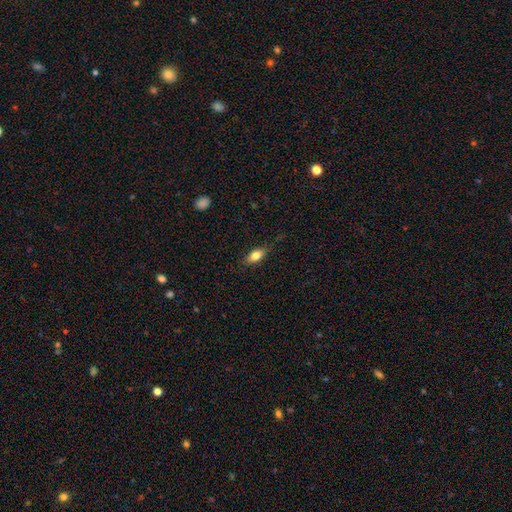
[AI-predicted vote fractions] smooth_or_featured: smooth (p=0.79) [alt: featured or disk p=0.14]
how_rounded: in between (p=0.83) [alt: cigar-shaped p=0.12]
merging: none (p=0.81) [alt: minor disturbance p=0.15]